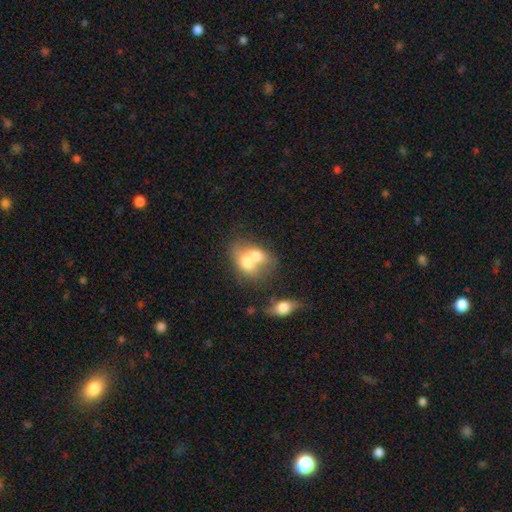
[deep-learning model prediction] This appears to be a smooth galaxy with no disk features (64%) that is in between round and cigar-shaped (69%). Merging: merger (73%).